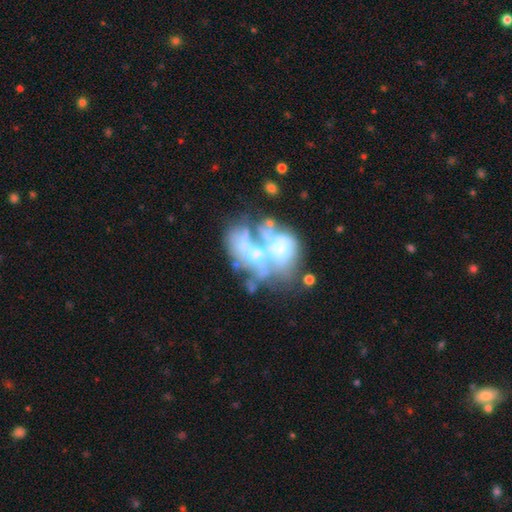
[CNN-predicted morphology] smooth-or-featured: featured or disk: 64% | smooth: 19% | star or artifact: 17%
  disk-edge-on: no: 97% | yes: 3%
    bar: no: 84% | weak: 11% | strong: 5%
    has-spiral-arms: no: 86% | yes: 14%
    bulge-size: none: 38% | moderate: 34% | small: 13% | large: 11% | dominant: 4%
  merging: merger: 52% | major disturbance: 26% | none: 14% | minor disturbance: 7%